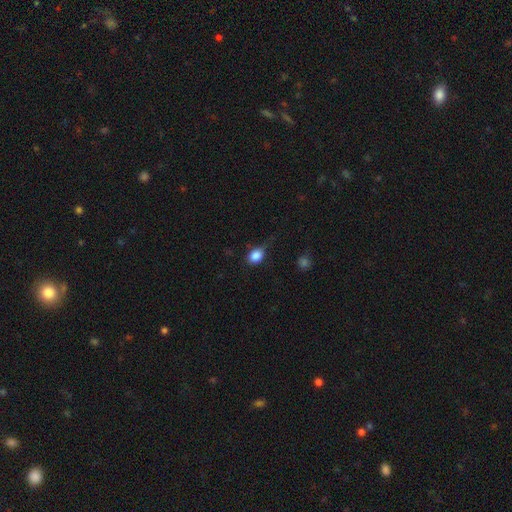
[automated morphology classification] This is clearly a smooth galaxy (85%). How rounded: possibly in between (57%). Merging: possibly none (57%).